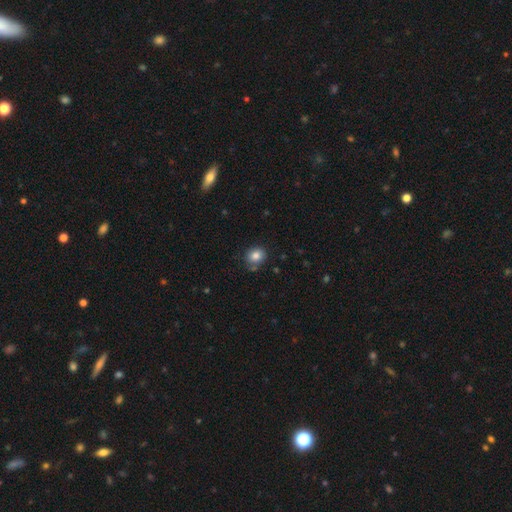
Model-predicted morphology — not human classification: A smooth galaxy with no disk features (82%) that is round (74%).

Vote fractions:
- Smooth or featured? smooth: 82% / star or artifact: 11% / featured or disk: 7%
- How rounded? round: 74% / in between: 25% / cigar-shaped: 1%
- Merging? none: 78% / minor disturbance: 13% / merger: 5% / major disturbance: 3%